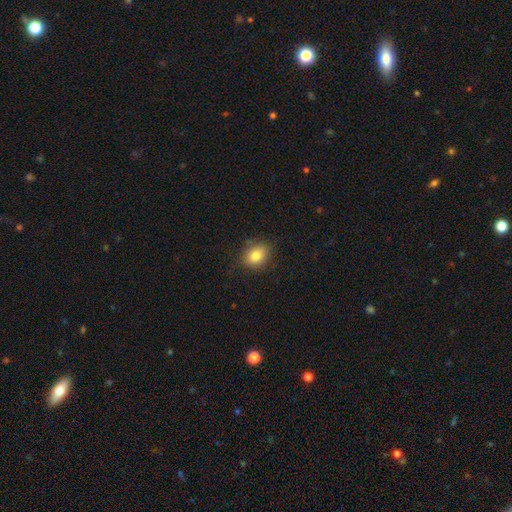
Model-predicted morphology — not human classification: smooth-or-featured: smooth: 82% | star or artifact: 10% | featured or disk: 9%
  how-rounded: in between: 58% | round: 40% | cigar-shaped: 1%
  merging: none: 80% | minor disturbance: 15% | major disturbance: 4% | merger: 1%